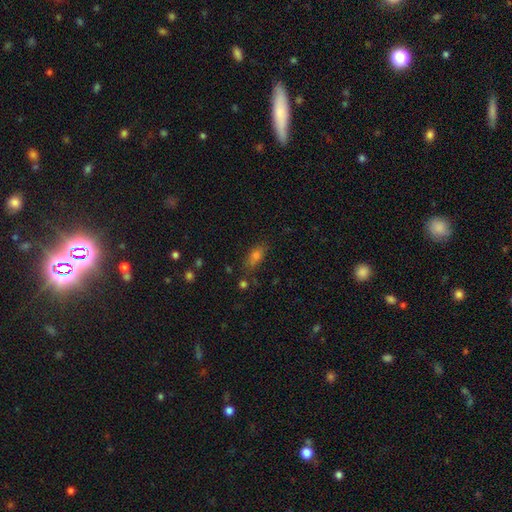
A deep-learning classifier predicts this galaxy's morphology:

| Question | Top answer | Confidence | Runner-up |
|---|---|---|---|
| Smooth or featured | smooth | 65% | star or artifact (22%) |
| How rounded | in between | 74% | cigar-shaped (15%) |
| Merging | none | 73% | minor disturbance (16%) |